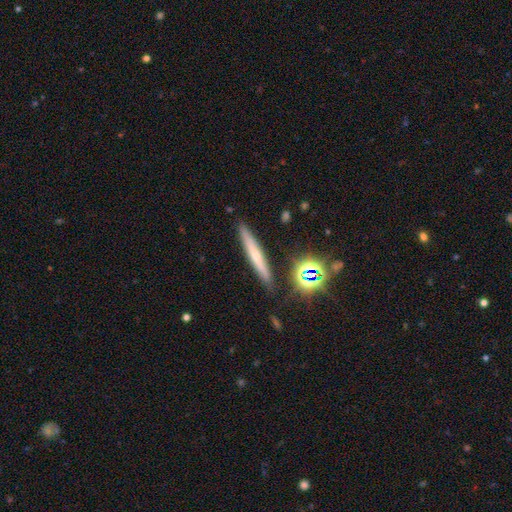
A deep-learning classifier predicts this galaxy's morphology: A smooth galaxy with no disk features (45%).

Vote fractions:
- Smooth or featured? smooth: 45% / featured or disk: 42% / star or artifact: 13%
- Merging? none: 88% / minor disturbance: 8% / merger: 2% / major disturbance: 2%